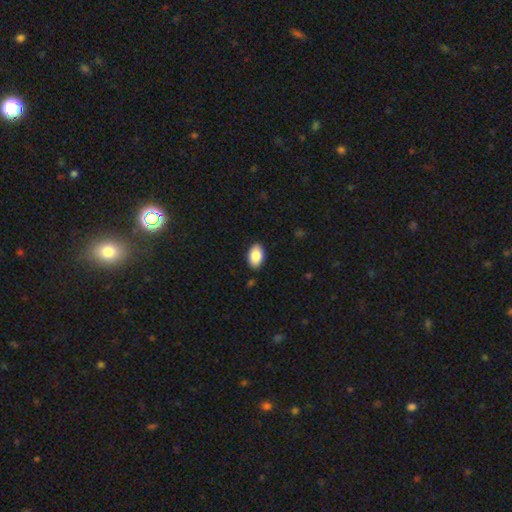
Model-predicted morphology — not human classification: A smooth galaxy with no disk features (87%) that is in between round and cigar-shaped (93%).

Vote fractions:
- Smooth or featured? smooth: 87% / star or artifact: 7% / featured or disk: 6%
- How rounded? in between: 93% / round: 6% / cigar-shaped: 1%
- Merging? none: 89% / minor disturbance: 8% / major disturbance: 2% / merger: 1%